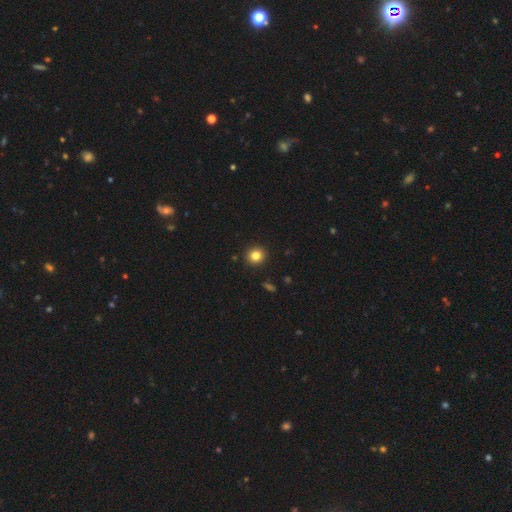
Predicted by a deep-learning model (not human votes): This is clearly a smooth galaxy (82%). How rounded: clearly round (88%). Merging: clearly none (92%).